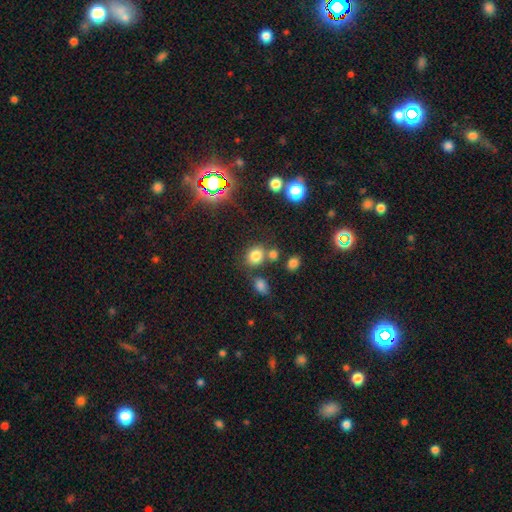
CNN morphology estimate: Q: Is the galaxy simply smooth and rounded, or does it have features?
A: smooth — 77%.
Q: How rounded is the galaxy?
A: round — 64%.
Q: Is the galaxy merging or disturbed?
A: none — 65%.